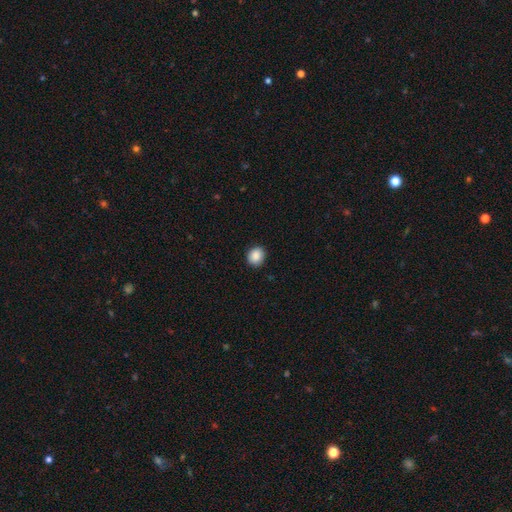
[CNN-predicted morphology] Smooth or featured?
  - smooth: 88% *
  - star or artifact: 8%
  - featured or disk: 3%
How rounded?
  - round: 79% *
  - in between: 20%
  - cigar-shaped: 1%
Merging?
  - none: 90% *
  - minor disturbance: 8%
  - major disturbance: 2%
  - merger: 1%